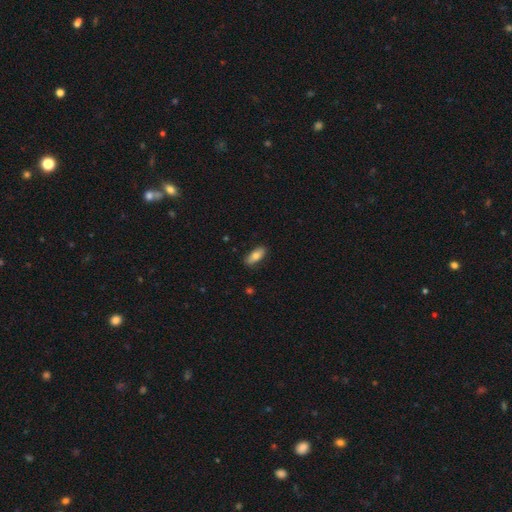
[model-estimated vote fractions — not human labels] A smooth galaxy with no disk features (78%) that is in between round and cigar-shaped (81%).

Vote fractions:
- Smooth or featured? smooth: 78% / featured or disk: 15% / star or artifact: 6%
- How rounded? in between: 81% / cigar-shaped: 16% / round: 2%
- Merging? none: 86% / minor disturbance: 11% / major disturbance: 2% / merger: 1%